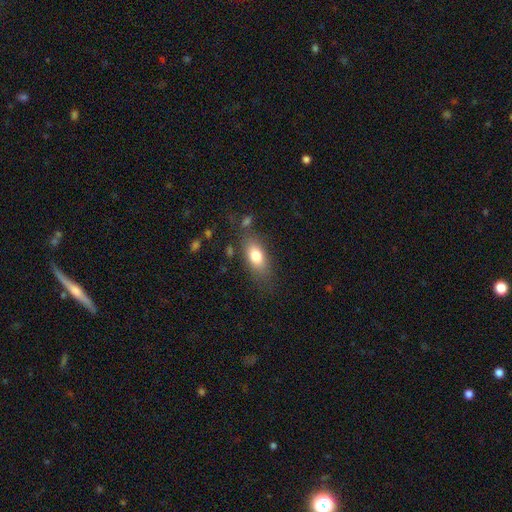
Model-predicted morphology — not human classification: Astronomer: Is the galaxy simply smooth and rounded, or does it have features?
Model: smooth — 78%.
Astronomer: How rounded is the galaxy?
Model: in between — 84%.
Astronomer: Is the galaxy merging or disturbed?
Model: none — 74%.